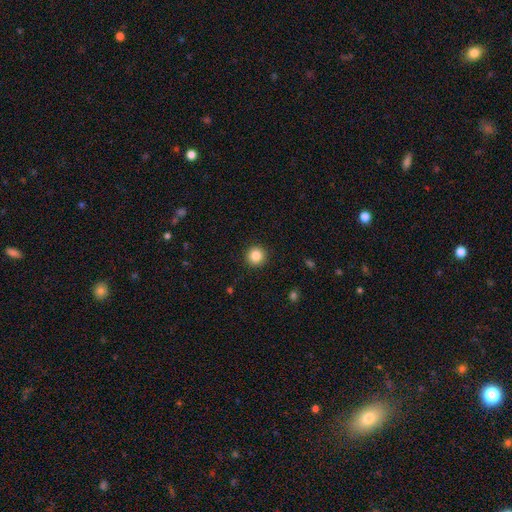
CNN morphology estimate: Overall: smooth (85%). How rounded: round (96%). Merging: none (93%).